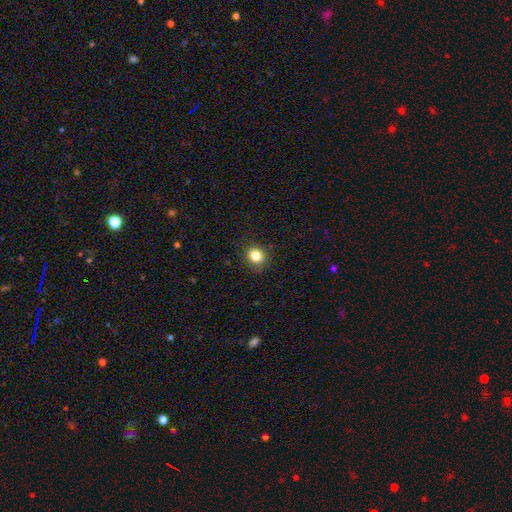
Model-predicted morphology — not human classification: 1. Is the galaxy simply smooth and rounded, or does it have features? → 83% smooth, 11% star or artifact, 6% featured or disk.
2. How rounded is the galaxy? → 78% round, 22% in between, 1% cigar-shaped.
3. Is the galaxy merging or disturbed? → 87% none, 10% minor disturbance, 3% major disturbance, 1% merger.